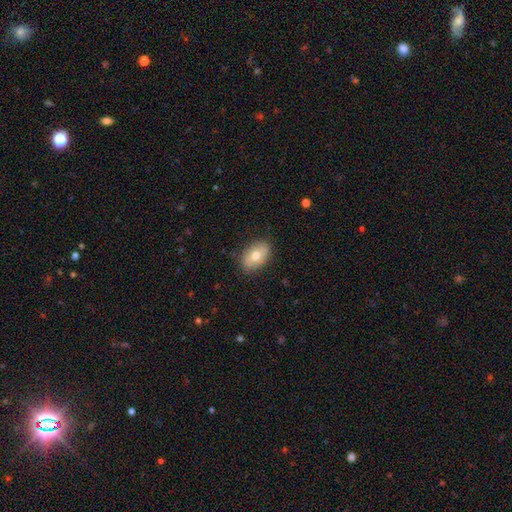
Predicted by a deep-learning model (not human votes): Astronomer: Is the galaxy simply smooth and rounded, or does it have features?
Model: smooth — 69%.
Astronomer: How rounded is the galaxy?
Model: in between — 88%.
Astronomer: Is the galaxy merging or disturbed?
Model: none — 84%.